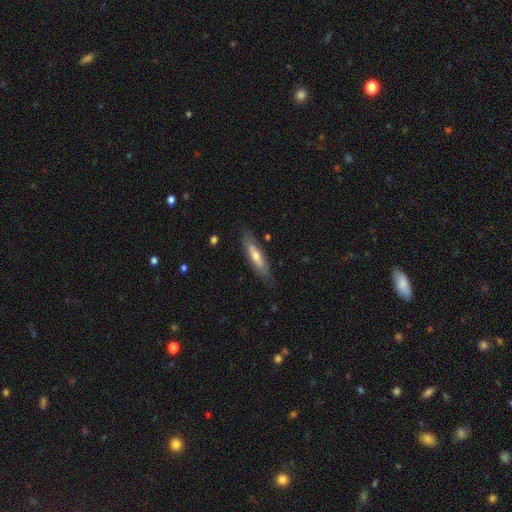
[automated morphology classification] type=smooth (53%); roundness=cigar-shaped (73%); merging=none (81%).